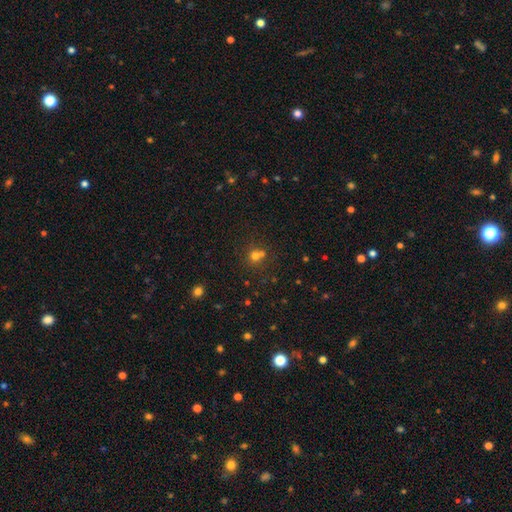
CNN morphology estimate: Overall: smooth (68%). How rounded: round (86%). Merging: none (53%; merger 36%).